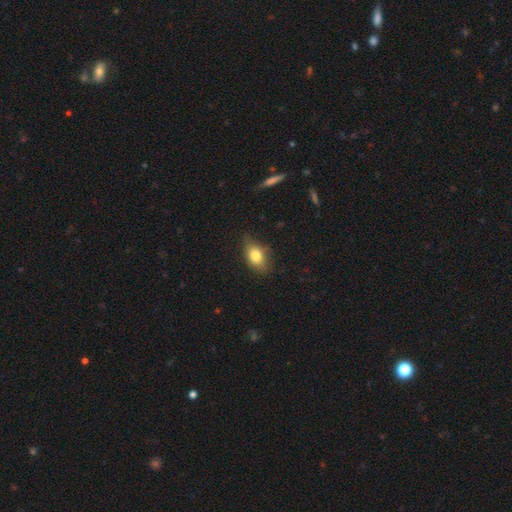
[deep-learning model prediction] Smooth or featured? smooth (78%)
How rounded? in between (81%)
Merging? none (65%)